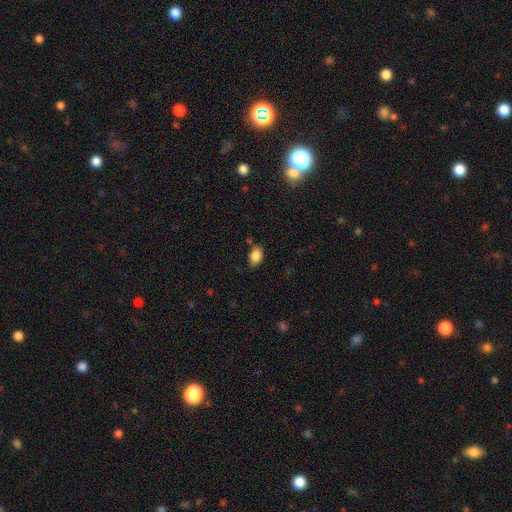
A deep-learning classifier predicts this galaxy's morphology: Q: Smooth or featured?
A: smooth (86%); runner-up: star or artifact (9%)
Q: How rounded?
A: in between (81%); runner-up: round (17%)
Q: Merging?
A: none (73%); runner-up: minor disturbance (20%)